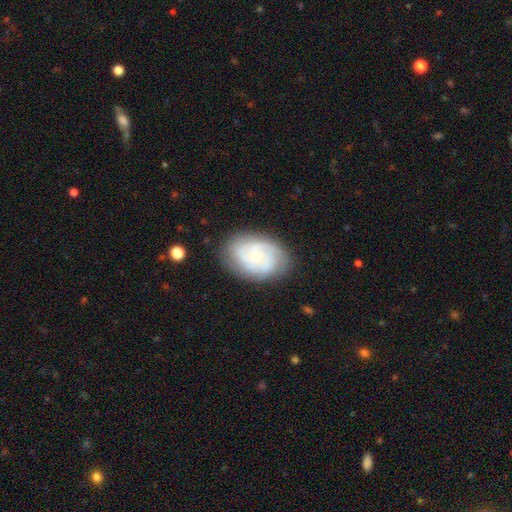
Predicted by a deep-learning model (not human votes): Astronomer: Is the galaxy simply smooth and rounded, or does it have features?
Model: featured or disk — 66%.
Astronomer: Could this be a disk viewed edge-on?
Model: no — 97%.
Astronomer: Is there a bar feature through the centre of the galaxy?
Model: no — 69%.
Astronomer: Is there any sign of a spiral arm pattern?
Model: yes — 88%.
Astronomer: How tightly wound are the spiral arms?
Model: tight — 57% (runner-up: medium, 33%).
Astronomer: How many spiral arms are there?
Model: can't tell — 37% (runner-up: 2, 27%).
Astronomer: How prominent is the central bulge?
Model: small — 71%.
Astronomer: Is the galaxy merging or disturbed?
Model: none — 78%.